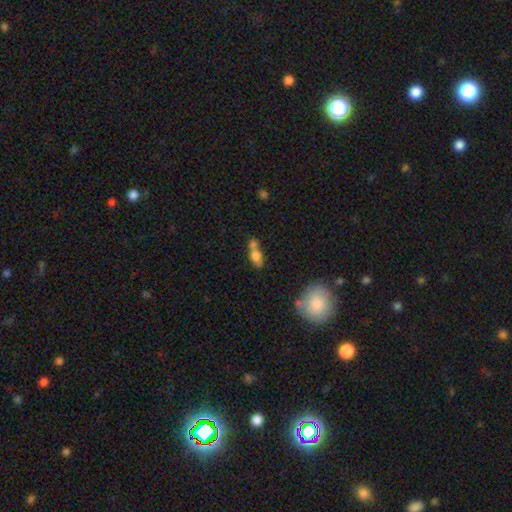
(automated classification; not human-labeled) The model was most divided on "merging": merger: 50%, none: 31%, minor disturbance: 12%, major disturbance: 6%. More confident: smooth or featured — smooth (71%); how rounded — in between (70%).